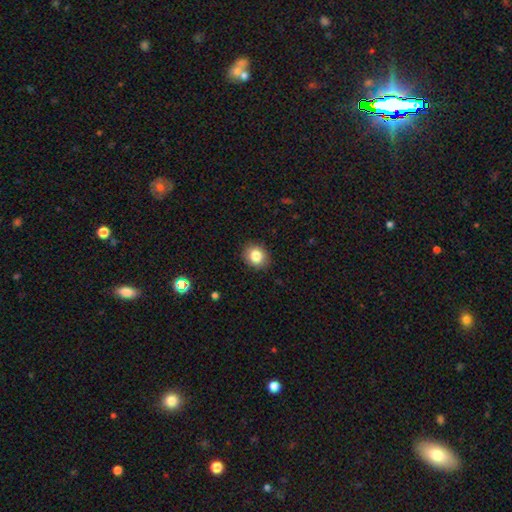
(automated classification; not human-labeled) Morphology: type=smooth (84%); roundness=round (70%); merging=none (89%).